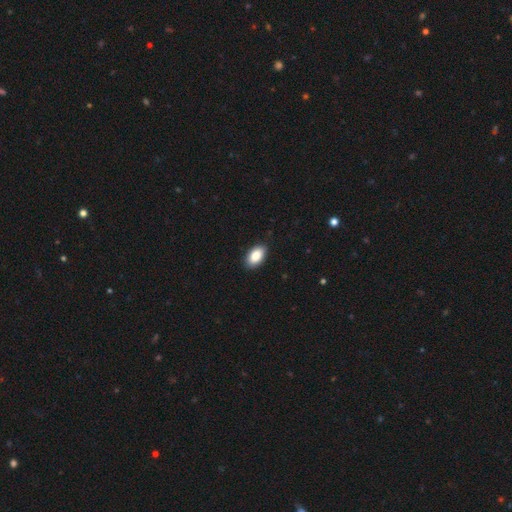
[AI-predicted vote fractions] Smooth or featured?
  - smooth: 87% *
  - star or artifact: 7%
  - featured or disk: 6%
How rounded?
  - in between: 94% *
  - round: 4%
  - cigar-shaped: 2%
Merging?
  - none: 88% *
  - minor disturbance: 9%
  - major disturbance: 2%
  - merger: 1%